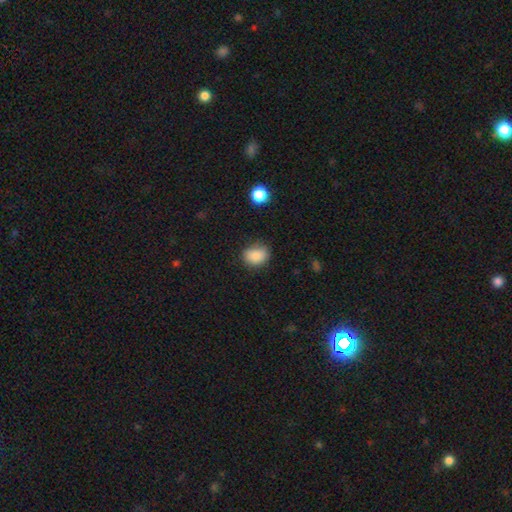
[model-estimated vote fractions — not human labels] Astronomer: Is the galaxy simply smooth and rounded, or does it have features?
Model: smooth — 85%.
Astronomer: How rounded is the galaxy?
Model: in between — 56% (runner-up: round, 43%).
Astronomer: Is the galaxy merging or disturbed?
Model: none — 71%.